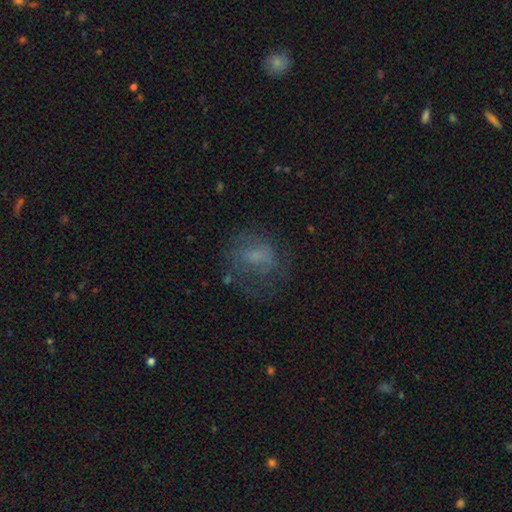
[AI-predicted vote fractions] smooth 50%, featured or disk 33%, star or artifact 17%. Down the decision tree: merging — none (53%).